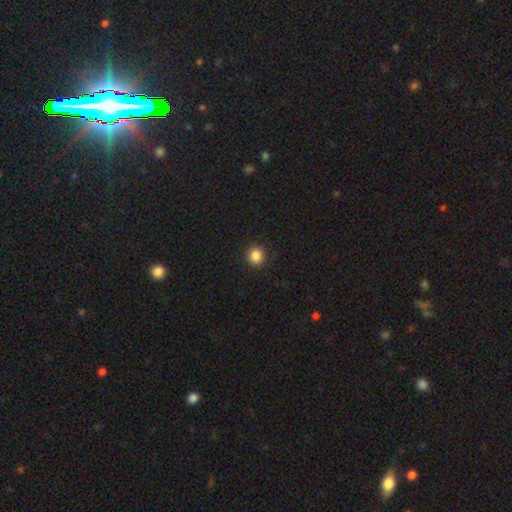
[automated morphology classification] smooth-or-featured: smooth: 86% | star or artifact: 11% | featured or disk: 4%
  how-rounded: round: 90% | in between: 9% | cigar-shaped: 1%
  merging: none: 92% | minor disturbance: 5% | major disturbance: 2% | merger: 1%